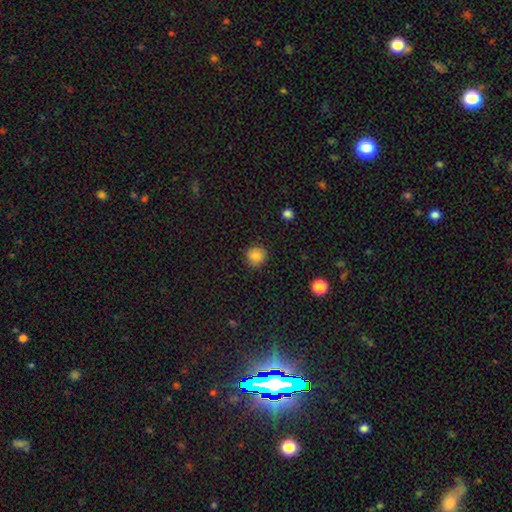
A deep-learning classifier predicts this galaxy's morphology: smooth 85%, star or artifact 10%, featured or disk 5%. Down the decision tree: how rounded — round (92%); merging — none (88%).